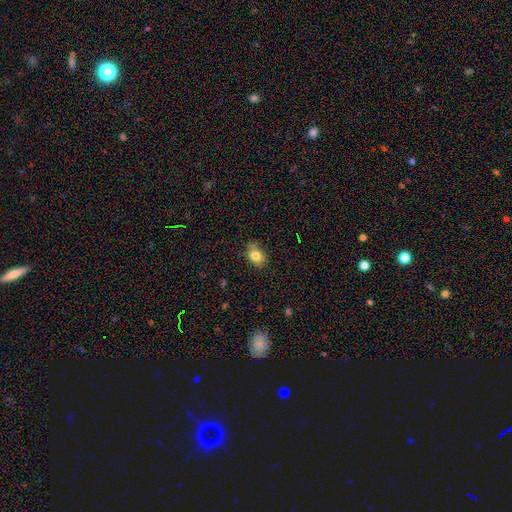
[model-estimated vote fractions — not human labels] Q: Smooth or featured?
A: smooth (81%); runner-up: featured or disk (10%)
Q: How rounded?
A: in between (75%); runner-up: round (23%)
Q: Merging?
A: none (72%); runner-up: minor disturbance (23%)